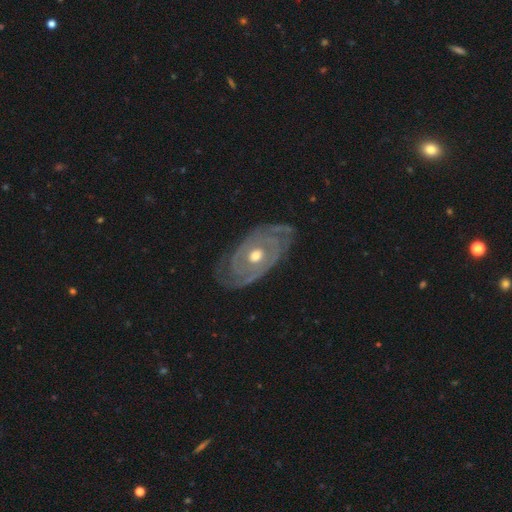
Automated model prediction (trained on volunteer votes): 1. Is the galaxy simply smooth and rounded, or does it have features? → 88% featured or disk, 8% smooth, 4% star or artifact.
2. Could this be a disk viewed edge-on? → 95% no, 5% yes.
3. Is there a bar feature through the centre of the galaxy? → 80% no, 15% weak, 5% strong.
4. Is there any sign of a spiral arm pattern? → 91% yes, 9% no.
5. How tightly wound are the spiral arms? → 75% tight, 20% medium, 6% loose.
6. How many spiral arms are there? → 48% 2, 25% can't tell, 11% 3, 6% 1, 5% 4, 5% more than 4.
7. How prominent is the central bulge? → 77% moderate, 17% small, 5% large, 1% none, 1% dominant.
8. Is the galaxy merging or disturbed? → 74% none, 18% minor disturbance, 7% major disturbance, 1% merger.